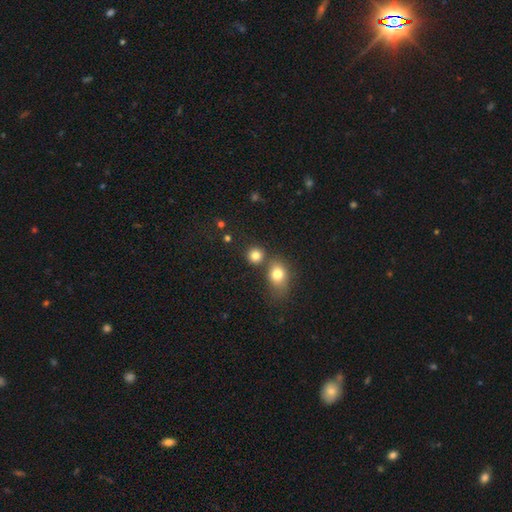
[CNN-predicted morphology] Smooth or featured? Predicted: smooth (p=0.81). How rounded? Predicted: round (p=0.84). Merging? Predicted: none (p=0.65).